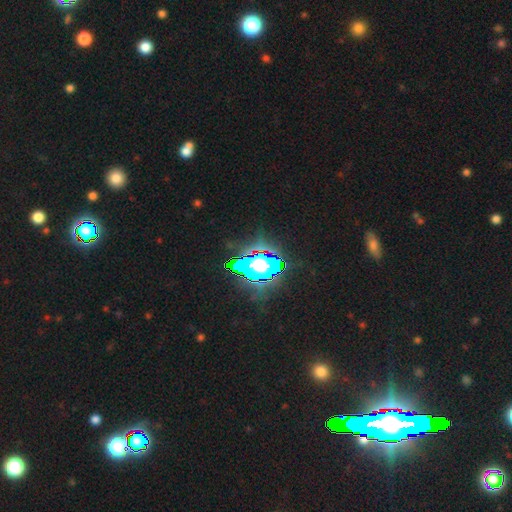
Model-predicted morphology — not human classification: type=star or artifact (77%).